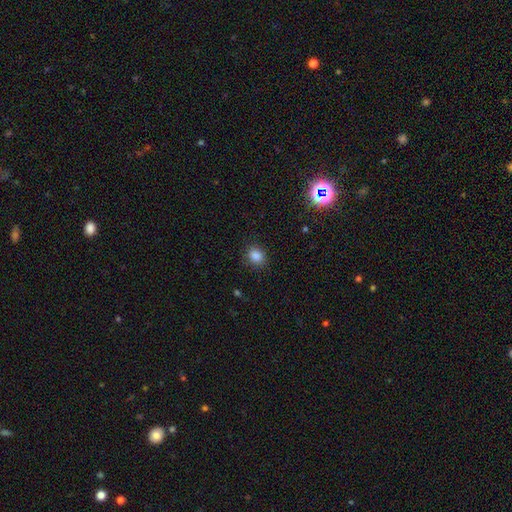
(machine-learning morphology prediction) Q: Smooth or featured?
A: smooth (85%); runner-up: star or artifact (11%)
Q: How rounded?
A: round (58%); runner-up: in between (41%)
Q: Merging?
A: none (86%); runner-up: minor disturbance (10%)